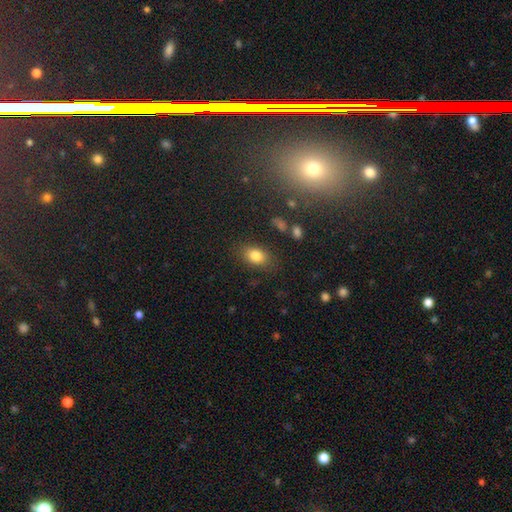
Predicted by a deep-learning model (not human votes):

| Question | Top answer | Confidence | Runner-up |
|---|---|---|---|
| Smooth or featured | smooth | 82% | star or artifact (10%) |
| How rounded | in between | 80% | round (18%) |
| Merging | none | 81% | minor disturbance (13%) |